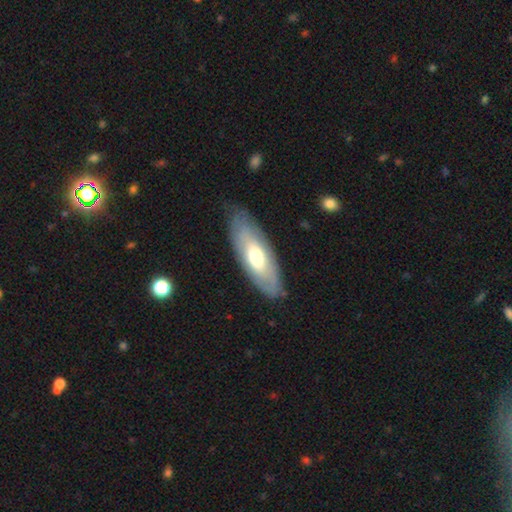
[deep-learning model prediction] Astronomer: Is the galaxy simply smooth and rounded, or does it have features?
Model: smooth — 54% (runner-up: featured or disk, 41%).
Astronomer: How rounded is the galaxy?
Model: in between — 74%.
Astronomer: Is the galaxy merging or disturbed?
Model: none — 79%.